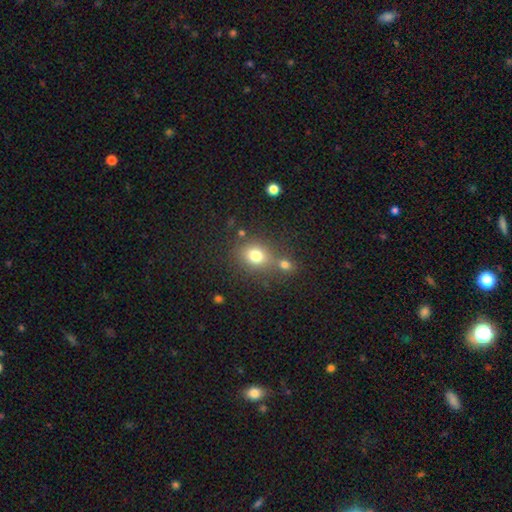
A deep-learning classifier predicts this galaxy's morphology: smooth_or_featured: smooth (p=0.77) [alt: star or artifact p=0.13]
how_rounded: round (p=0.66) [alt: in between p=0.33]
merging: none (p=0.58) [alt: merger p=0.27]